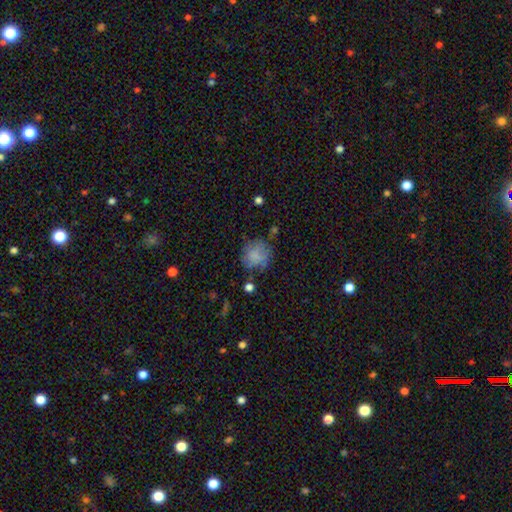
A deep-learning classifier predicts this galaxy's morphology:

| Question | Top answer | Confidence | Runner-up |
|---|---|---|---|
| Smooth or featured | smooth | 73% | featured or disk (16%) |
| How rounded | round | 80% | in between (19%) |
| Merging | none | 61% | minor disturbance (23%) |